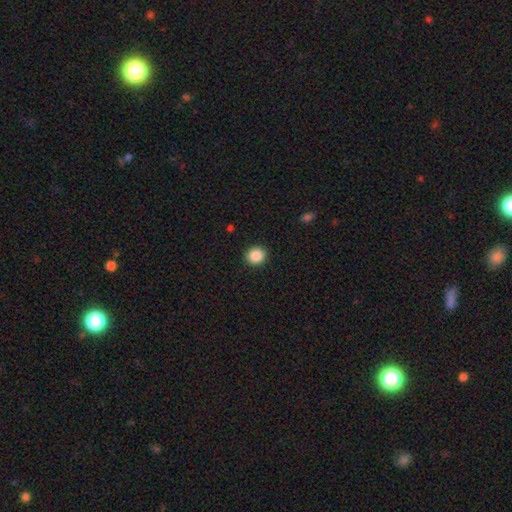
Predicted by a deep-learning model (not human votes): Q: Smooth or featured?
A: smooth (88%); runner-up: star or artifact (9%)
Q: How rounded?
A: round (84%); runner-up: in between (15%)
Q: Merging?
A: none (91%); runner-up: minor disturbance (6%)